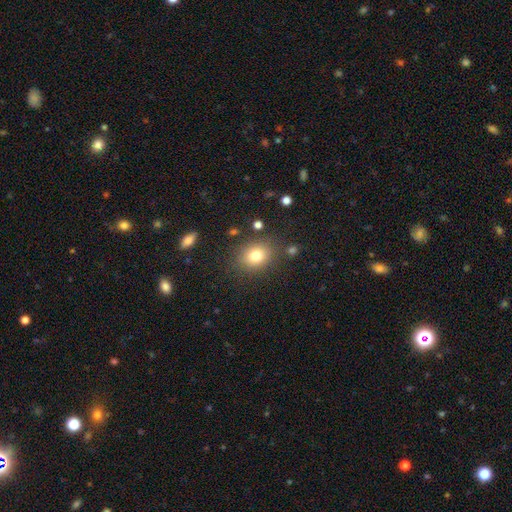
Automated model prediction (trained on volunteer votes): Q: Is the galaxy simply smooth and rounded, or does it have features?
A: smooth — 78%.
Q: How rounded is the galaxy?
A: round — 58%.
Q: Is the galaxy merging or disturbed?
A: none — 82%.